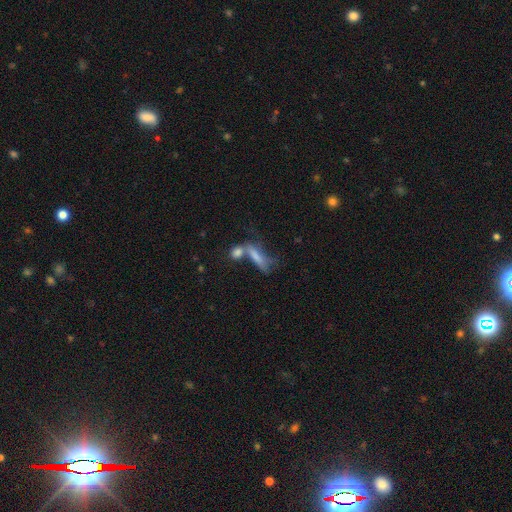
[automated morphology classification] Q: Smooth or featured?
A: smooth (51%); runner-up: featured or disk (34%)
Q: How rounded?
A: cigar-shaped (54%); runner-up: in between (41%)
Q: Merging?
A: merger (47%); runner-up: none (25%)